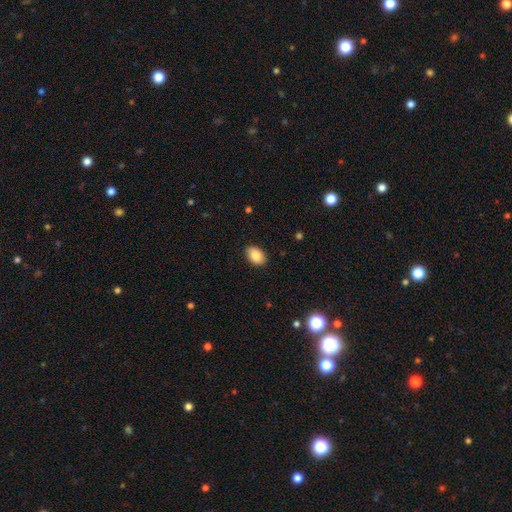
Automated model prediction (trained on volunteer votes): Overall: smooth (88%). How rounded: in between (87%). Merging: none (87%).